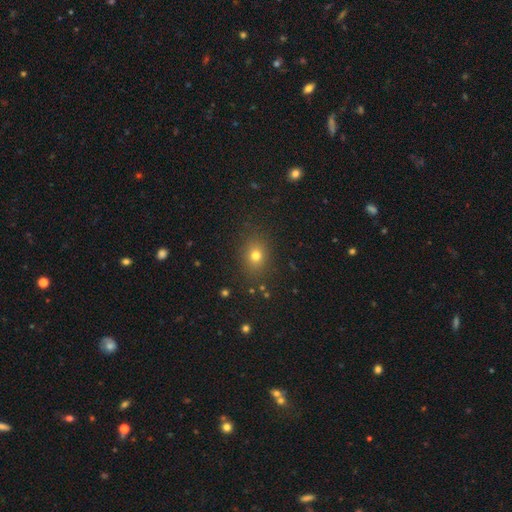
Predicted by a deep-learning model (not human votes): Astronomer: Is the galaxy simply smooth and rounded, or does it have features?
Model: smooth — 75%.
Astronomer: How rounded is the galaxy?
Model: round — 55% (runner-up: in between, 44%).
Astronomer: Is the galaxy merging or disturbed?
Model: none — 86%.